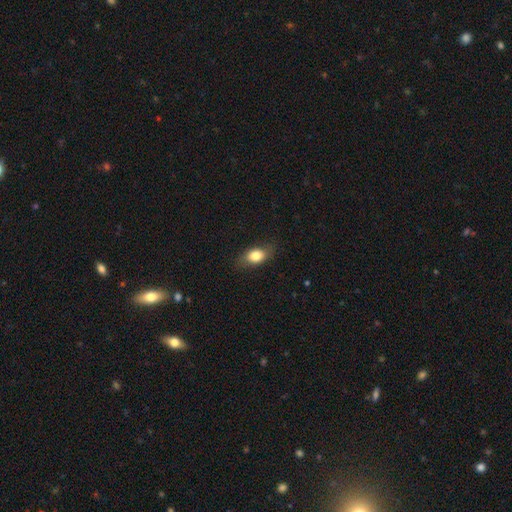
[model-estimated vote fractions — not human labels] Q: Smooth or featured?
A: smooth (78%); runner-up: featured or disk (14%)
Q: How rounded?
A: in between (82%); runner-up: round (14%)
Q: Merging?
A: none (79%); runner-up: minor disturbance (16%)